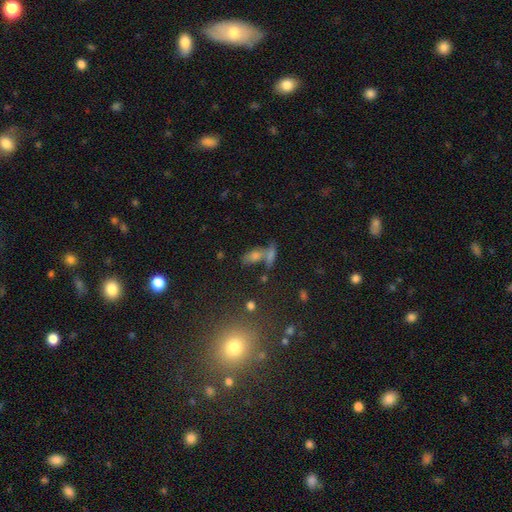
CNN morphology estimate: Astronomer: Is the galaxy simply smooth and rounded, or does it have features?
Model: smooth — 55%.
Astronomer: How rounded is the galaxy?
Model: in between — 65%.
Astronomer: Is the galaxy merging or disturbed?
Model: none — 46% (runner-up: merger, 36%).